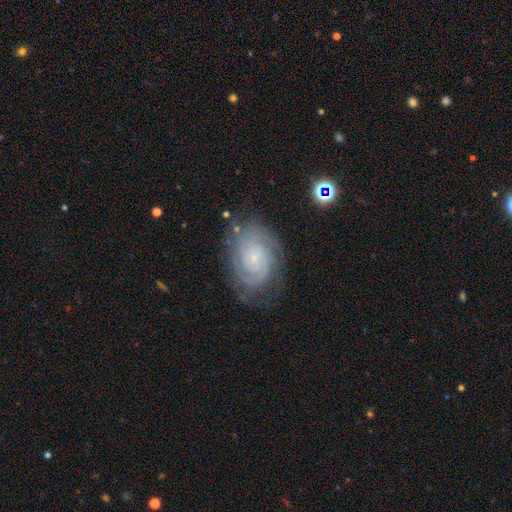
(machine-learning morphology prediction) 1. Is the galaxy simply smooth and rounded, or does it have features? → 73% featured or disk, 16% smooth, 11% star or artifact.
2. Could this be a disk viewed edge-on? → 97% no, 3% yes.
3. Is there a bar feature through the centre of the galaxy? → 73% no, 23% weak, 4% strong.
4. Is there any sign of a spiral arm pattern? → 93% yes, 7% no.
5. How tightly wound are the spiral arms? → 68% tight, 25% medium, 7% loose.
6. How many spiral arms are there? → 39% can't tell, 30% 2, 13% 3, 7% 4, 5% 1, 5% more than 4.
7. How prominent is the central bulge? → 71% small, 18% moderate, 8% none, 2% large, 1% dominant.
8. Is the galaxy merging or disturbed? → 75% none, 16% minor disturbance, 7% major disturbance, 2% merger.